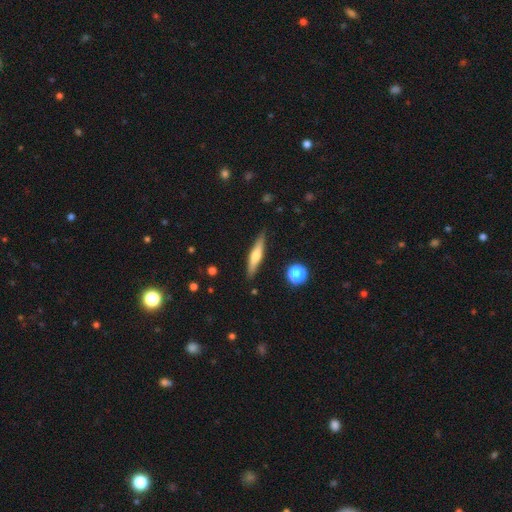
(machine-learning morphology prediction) Smooth or featured: featured or disk — 49% (smooth — 45%)
Merging: none — 87% (minor disturbance — 9%)